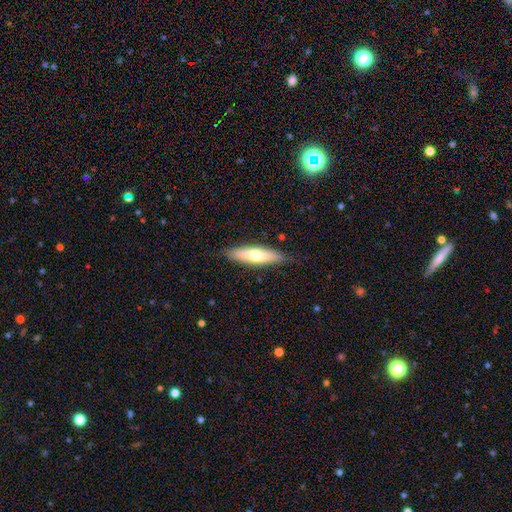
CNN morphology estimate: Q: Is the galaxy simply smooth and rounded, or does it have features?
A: smooth — 61%.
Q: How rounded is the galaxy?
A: cigar-shaped — 62%.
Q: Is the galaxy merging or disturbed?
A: none — 82%.